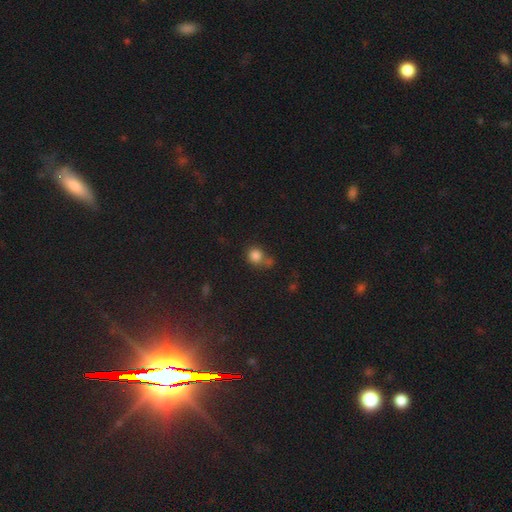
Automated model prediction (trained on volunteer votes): smooth 82%, star or artifact 11%, featured or disk 7%. Down the decision tree: how rounded — round (83%); merging — none (51%).